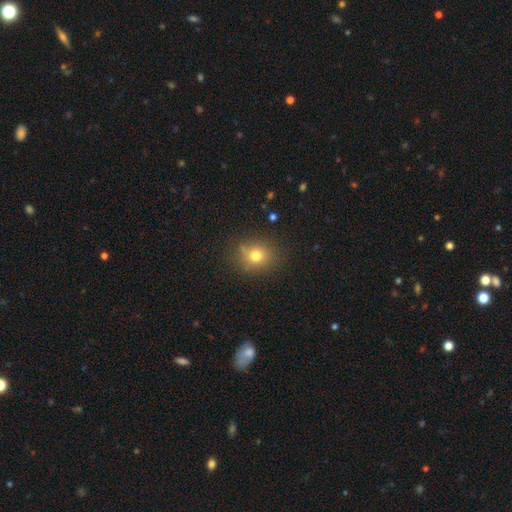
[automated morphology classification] A smooth galaxy with no disk features (75%) that is round (70%). Merging: none (79%).